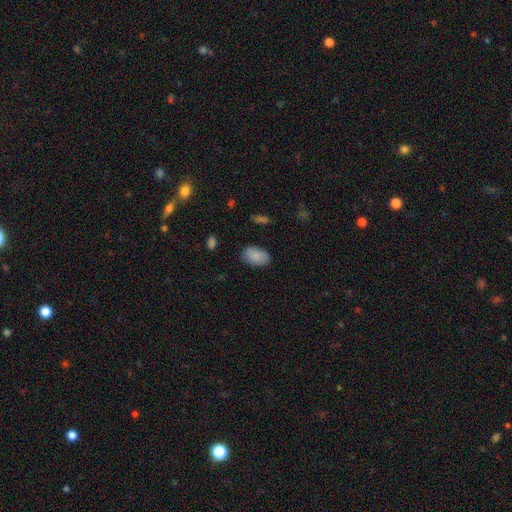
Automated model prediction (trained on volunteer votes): A smooth galaxy with no disk features (87%) that is in between round and cigar-shaped (92%).

Vote fractions:
- Smooth or featured? smooth: 87% / star or artifact: 7% / featured or disk: 6%
- How rounded? in between: 92% / round: 7% / cigar-shaped: 1%
- Merging? none: 79% / minor disturbance: 16% / major disturbance: 4% / merger: 2%